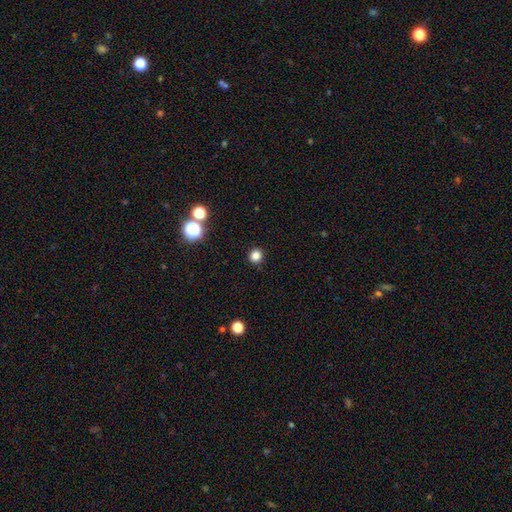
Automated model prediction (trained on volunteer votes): Smooth or featured? smooth (82%)
How rounded? round (89%)
Merging? none (91%)